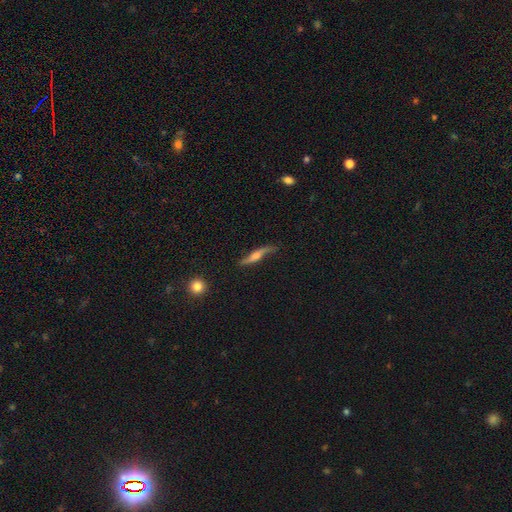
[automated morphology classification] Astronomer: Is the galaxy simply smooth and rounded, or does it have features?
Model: featured or disk — 68%.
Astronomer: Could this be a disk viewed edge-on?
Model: yes — 74%.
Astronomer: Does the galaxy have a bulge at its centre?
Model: rounded — 75%.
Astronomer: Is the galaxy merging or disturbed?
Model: none — 67%.